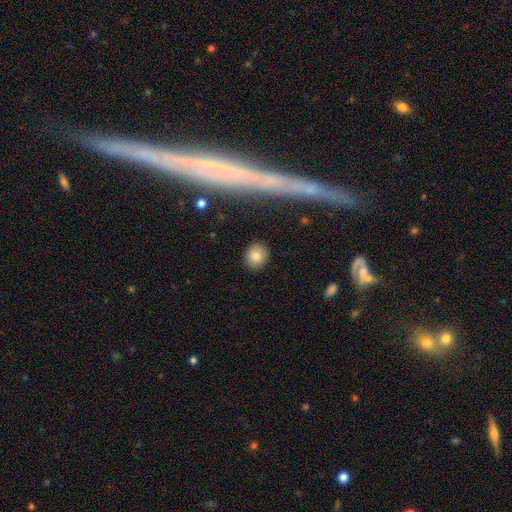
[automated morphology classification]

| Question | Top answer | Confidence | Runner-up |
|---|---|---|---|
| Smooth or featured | smooth | 79% | star or artifact (10%) |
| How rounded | round | 78% | in between (21%) |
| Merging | none | 88% | minor disturbance (8%) |